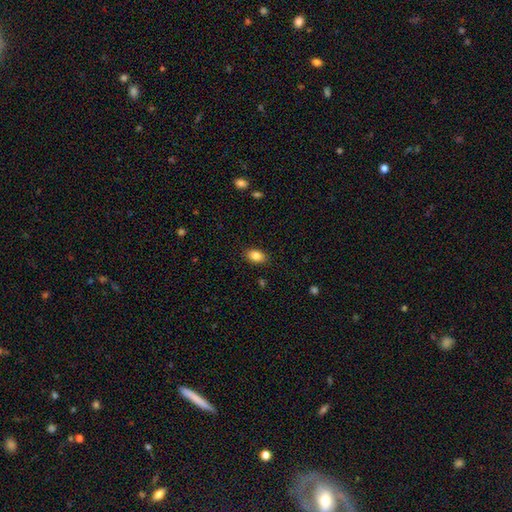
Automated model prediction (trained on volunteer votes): Overall: smooth (86%). How rounded: in between (87%). Merging: none (87%).